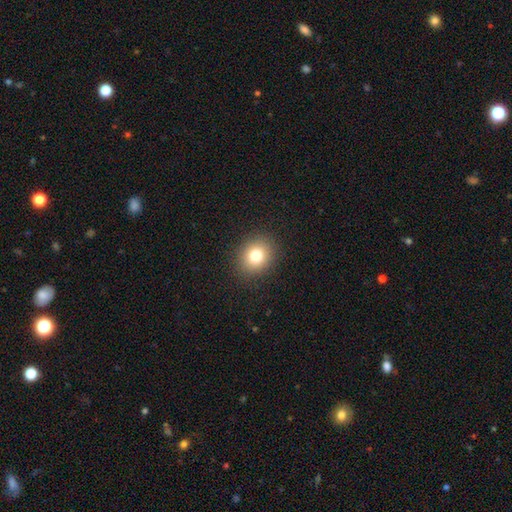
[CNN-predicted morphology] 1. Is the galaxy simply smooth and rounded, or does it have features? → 79% smooth, 12% star or artifact, 8% featured or disk.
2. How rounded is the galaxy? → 69% round, 30% in between, 1% cigar-shaped.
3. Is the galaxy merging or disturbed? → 90% none, 6% minor disturbance, 2% major disturbance, 1% merger.